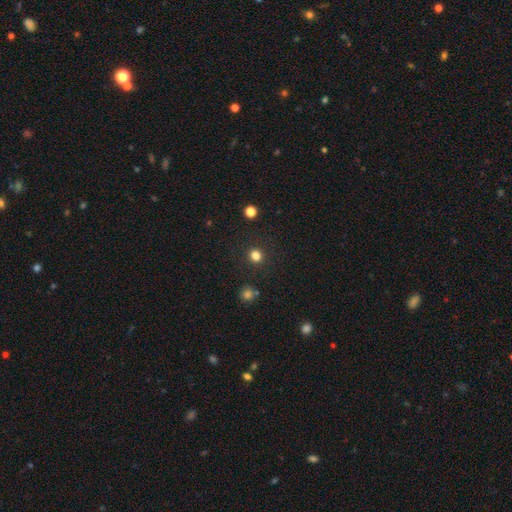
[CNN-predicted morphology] smooth-or-featured: smooth: 81% | star or artifact: 15% | featured or disk: 4%
  how-rounded: round: 85% | in between: 14% | cigar-shaped: 1%
  merging: none: 88% | minor disturbance: 6% | major disturbance: 3% | merger: 2%